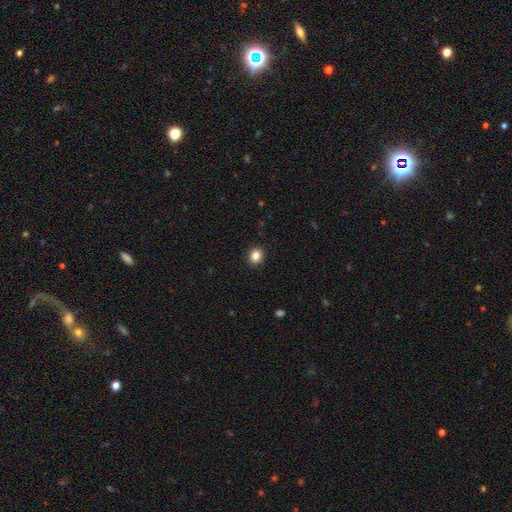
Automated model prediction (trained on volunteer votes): Smooth or featured: smooth — 84% (star or artifact — 10%)
How rounded: round — 65% (in between — 34%)
Merging: none — 91% (minor disturbance — 6%)